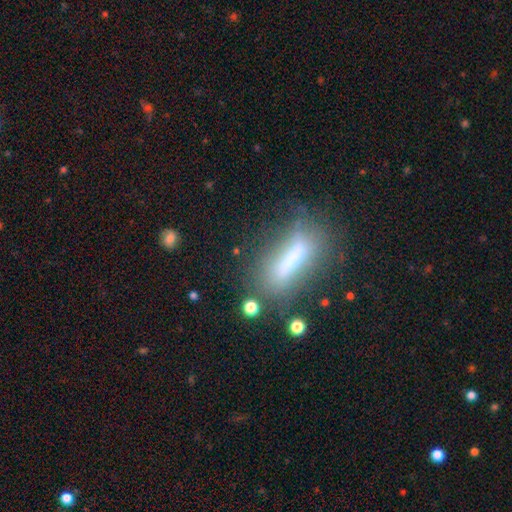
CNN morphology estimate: A smooth galaxy with no disk features (50%) that is cigar-shaped (63%). Merging: none (65%).